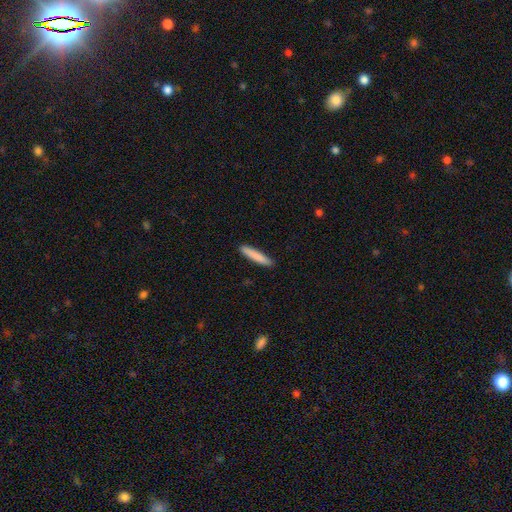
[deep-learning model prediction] This appears to be a smooth galaxy with no disk features (84%) that is cigar-shaped (93%). Merging: none (92%).